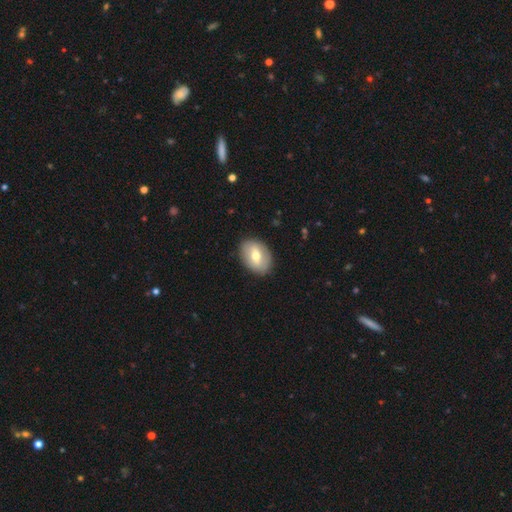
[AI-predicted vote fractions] A smooth galaxy with no disk features (58%) that is in between round and cigar-shaped (79%).

Vote fractions:
- Smooth or featured? smooth: 58% / featured or disk: 36% / star or artifact: 7%
- How rounded? in between: 79% / round: 20% / cigar-shaped: 1%
- Merging? none: 86% / minor disturbance: 10% / major disturbance: 3% / merger: 1%